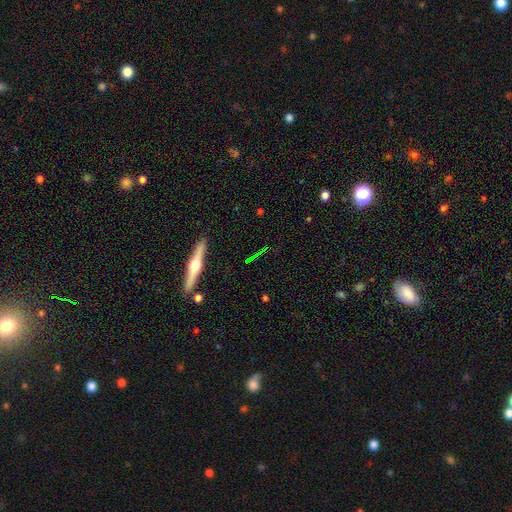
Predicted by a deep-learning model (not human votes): featured or disk 44%, star or artifact 33%, smooth 23%. Down the decision tree: merging — none (87%).